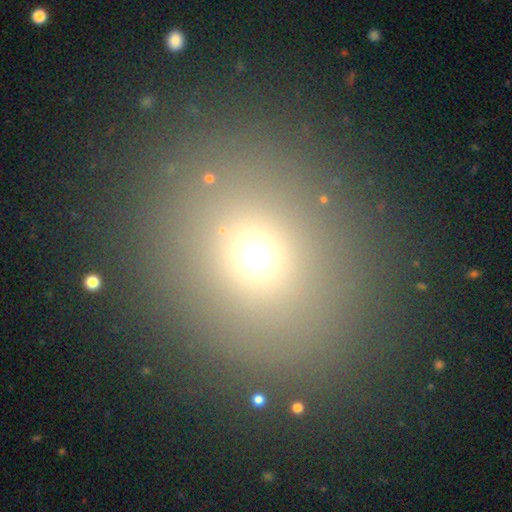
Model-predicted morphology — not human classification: Smooth or featured? Predicted: smooth (p=0.66). How rounded? Predicted: round (p=0.70). Merging? Predicted: none (p=0.84).